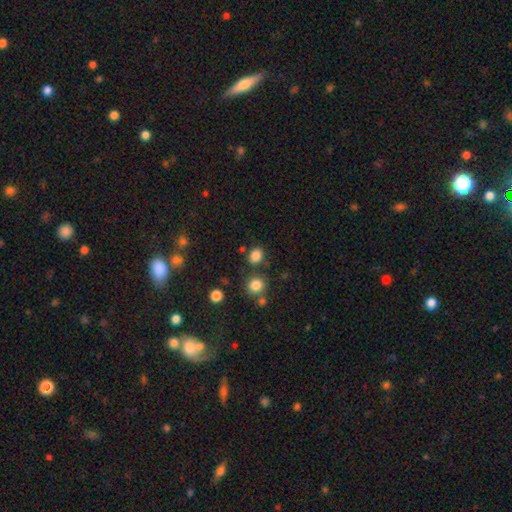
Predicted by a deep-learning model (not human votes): smooth_or_featured: smooth (p=0.82) [alt: star or artifact p=0.13]
how_rounded: round (p=0.64) [alt: in between p=0.35]
merging: none (p=0.77) [alt: minor disturbance p=0.11]